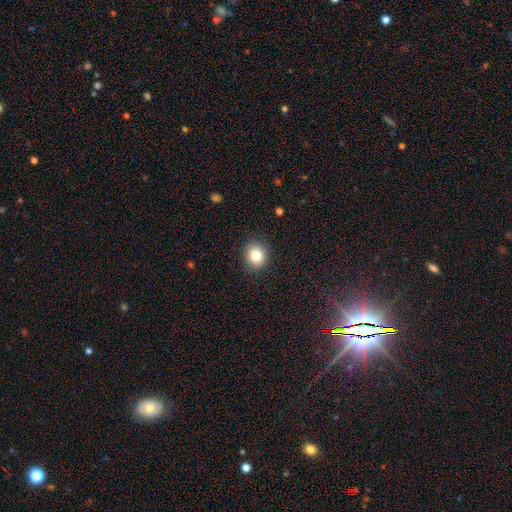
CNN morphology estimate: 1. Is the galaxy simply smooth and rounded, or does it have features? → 82% smooth, 10% star or artifact, 8% featured or disk.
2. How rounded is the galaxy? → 79% round, 20% in between, 1% cigar-shaped.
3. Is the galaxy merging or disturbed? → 90% none, 7% minor disturbance, 2% major disturbance, 1% merger.